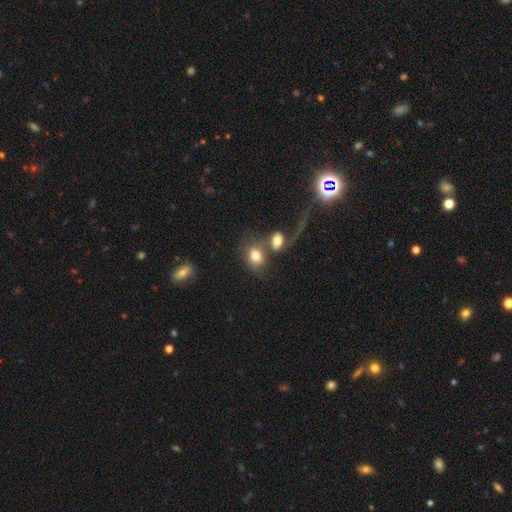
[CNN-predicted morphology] Overall: smooth (72%). How rounded: in between (61%; round 37%). Merging: merger (53%; none 25%).